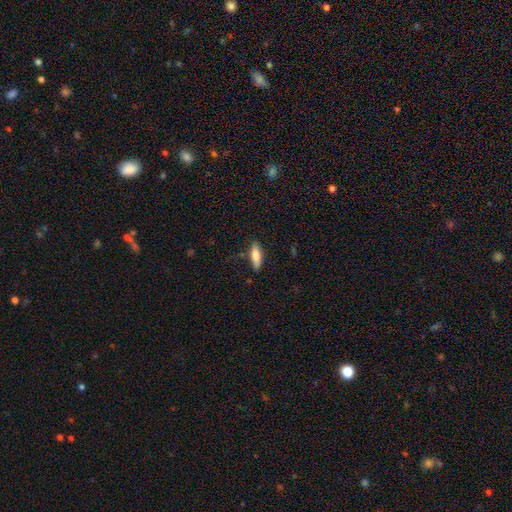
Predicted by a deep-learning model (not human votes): smooth-or-featured: smooth: 79% | featured or disk: 15% | star or artifact: 6%
  how-rounded: in between: 50% | cigar-shaped: 49% | round: 2%
  merging: none: 77% | minor disturbance: 17% | major disturbance: 4% | merger: 2%